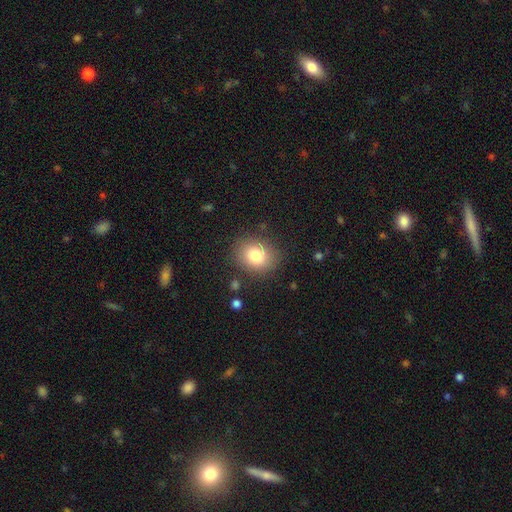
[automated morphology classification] A smooth galaxy with no disk features (81%) that is round (55%). Merging: none (83%).